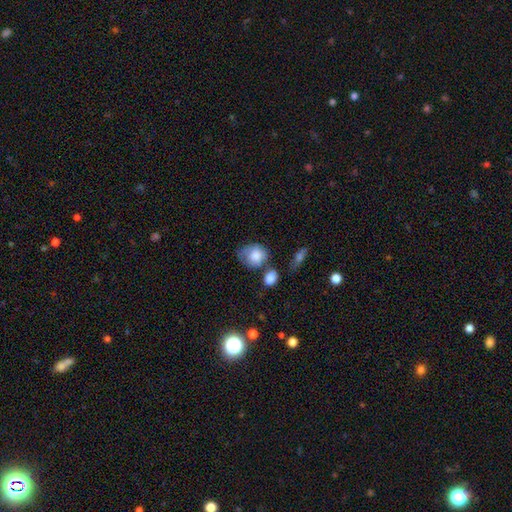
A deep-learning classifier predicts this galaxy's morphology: Smooth or featured?
  - smooth: 77% *
  - featured or disk: 16%
  - star or artifact: 8%
How rounded?
  - round: 56% *
  - in between: 43%
  - cigar-shaped: 1%
Merging?
  - none: 43% *
  - minor disturbance: 29%
  - merger: 16%
  - major disturbance: 13%